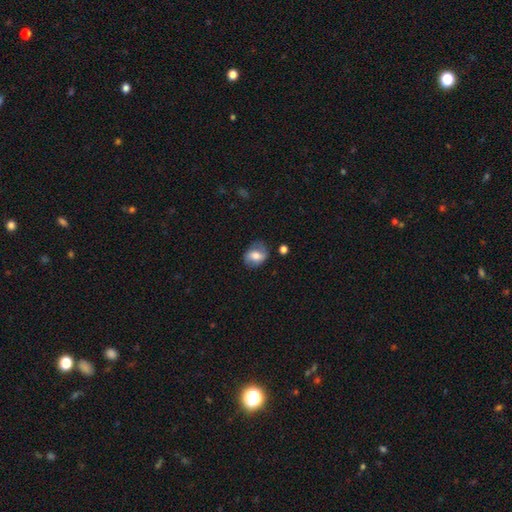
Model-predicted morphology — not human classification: Smooth or featured: smooth — 58% (featured or disk — 34%)
How rounded: in between — 61% (round — 38%)
Merging: none — 67% (minor disturbance — 22%)